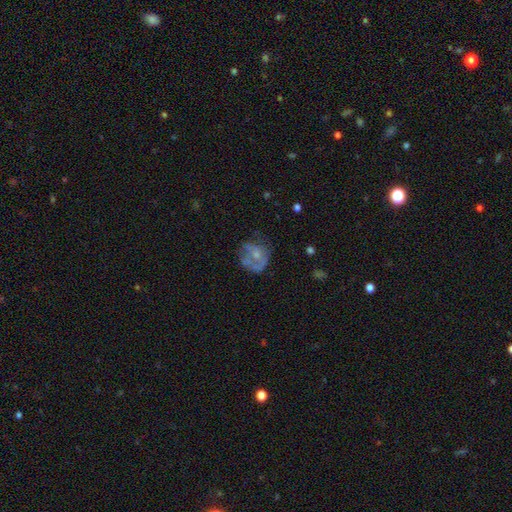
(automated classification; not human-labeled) featured or disk 46%, smooth 44%, star or artifact 10%. Down the decision tree: merging — none (43%).